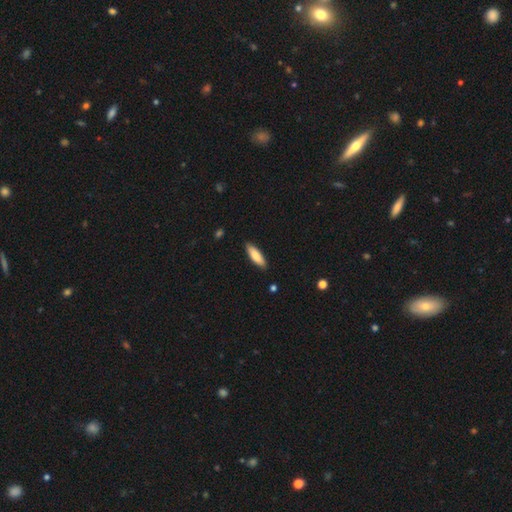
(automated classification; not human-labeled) Morphology: type=smooth (81%); roundness=cigar-shaped (53%); merging=none (88%).